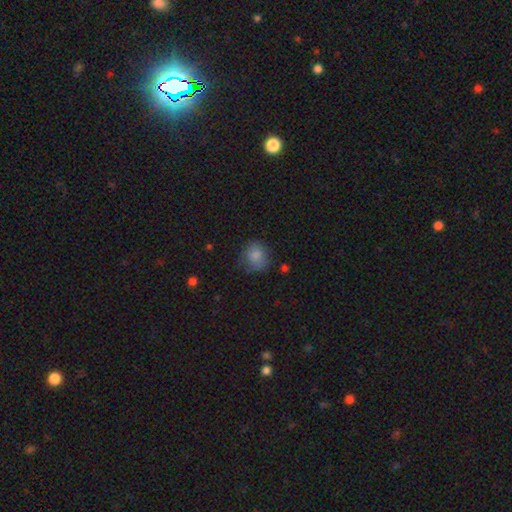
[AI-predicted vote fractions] The model was most divided on "merging": none: 66%, minor disturbance: 25%, major disturbance: 8%, merger: 2%. More confident: smooth or featured — smooth (82%); how rounded — round (76%).